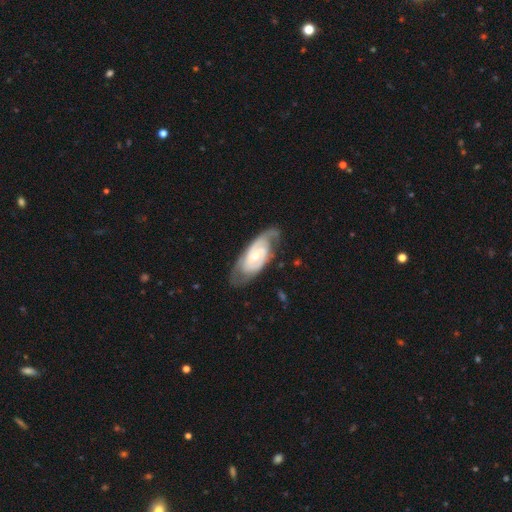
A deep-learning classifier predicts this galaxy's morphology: A featured or disk galaxy (83%) with a weak bar (45%), 2 (71%) tight (56%) spiral arms (93%) and a moderate central bulge (51%).

Vote fractions:
- Smooth or featured? featured or disk: 83% / smooth: 13% / star or artifact: 4%
- Edge-on disk? no: 93% / yes: 7%
- Bar? weak: 45% / no: 40% / strong: 15%
- Spiral arms? yes: 93% / no: 7%
- Spiral winding? tight: 56% / medium: 35% / loose: 10%
- Spiral arm count? 2: 71% / can't tell: 17% / 3: 5% / 1: 4% / 4: 2% / more than 4: 1%
- Bulge size? moderate: 51% / small: 43% / large: 3% / none: 2% / dominant: 1%
- Merging? none: 69% / minor disturbance: 21% / major disturbance: 9% / merger: 2%